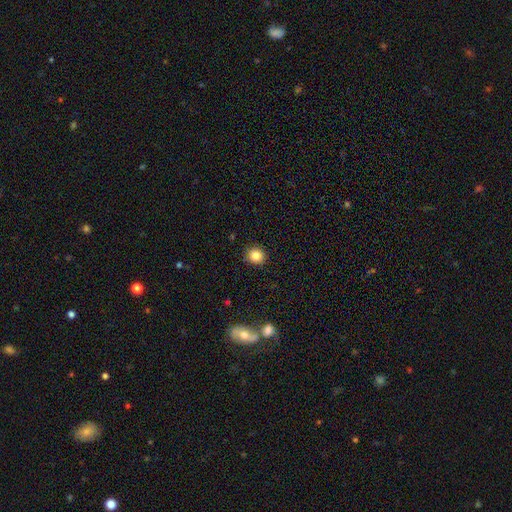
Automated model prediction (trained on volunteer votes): A smooth galaxy with no disk features (83%) that is round (82%). Merging: none (90%).